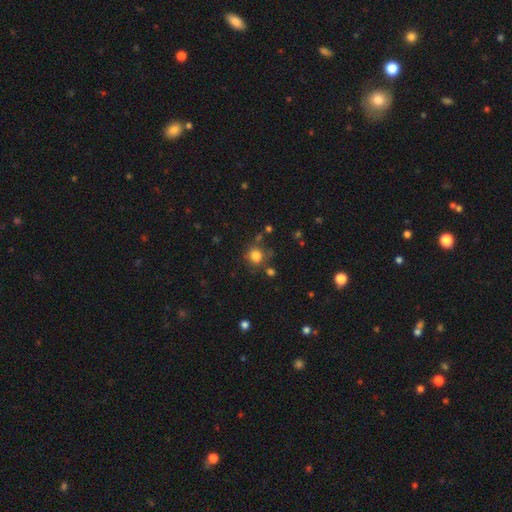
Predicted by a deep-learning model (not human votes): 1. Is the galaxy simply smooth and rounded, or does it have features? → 80% smooth, 13% star or artifact, 7% featured or disk.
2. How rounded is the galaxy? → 89% round, 10% in between, 1% cigar-shaped.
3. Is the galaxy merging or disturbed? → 72% none, 14% minor disturbance, 8% merger, 5% major disturbance.